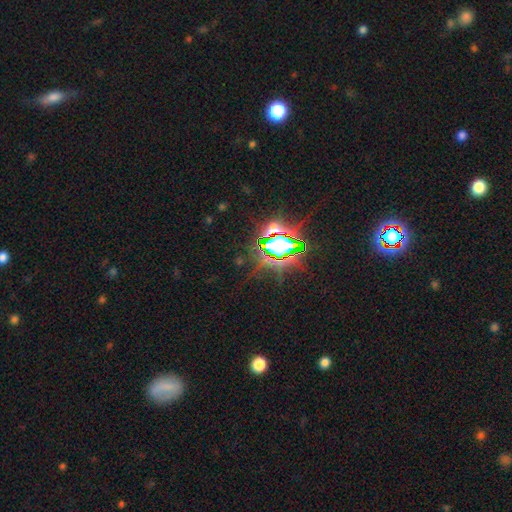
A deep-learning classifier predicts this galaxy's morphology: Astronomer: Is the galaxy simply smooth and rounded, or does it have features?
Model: star or artifact — 80%.